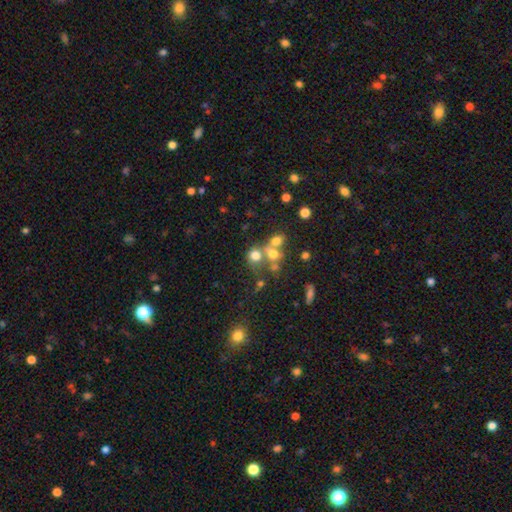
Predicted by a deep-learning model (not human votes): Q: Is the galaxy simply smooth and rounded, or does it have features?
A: smooth — 66%.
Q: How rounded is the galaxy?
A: round — 74%.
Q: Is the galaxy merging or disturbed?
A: merger — 42%, tied with none.